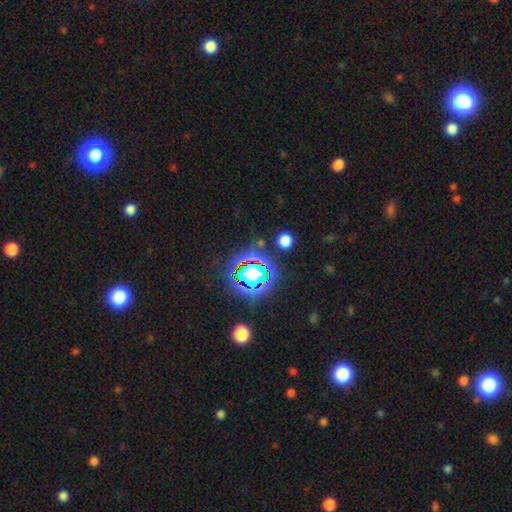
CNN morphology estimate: This is likely a star or artifact rather than a galaxy (79%).